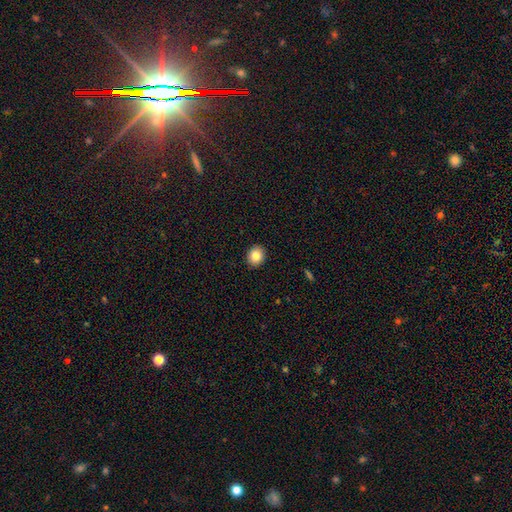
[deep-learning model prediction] This appears to be a smooth galaxy with no disk features (84%) that is round (74%). Merging: none (92%).